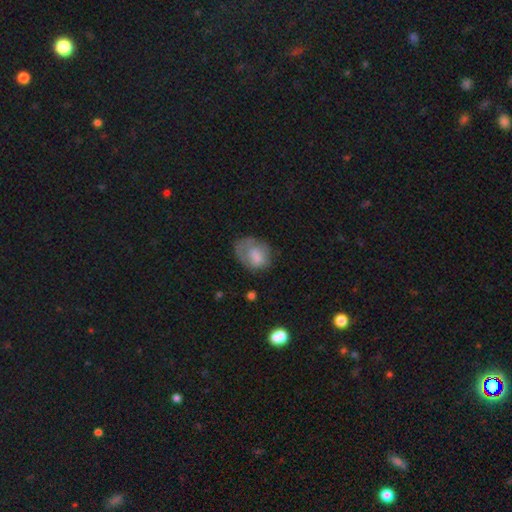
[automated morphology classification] Smooth or featured: smooth — 69% (featured or disk — 22%)
How rounded: in between — 60% (round — 39%)
Merging: none — 39% (major disturbance — 29%)